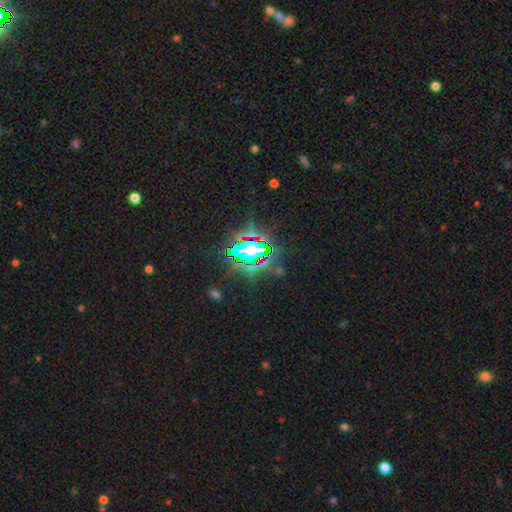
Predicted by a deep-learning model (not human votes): Morphology: type=star or artifact (75%).